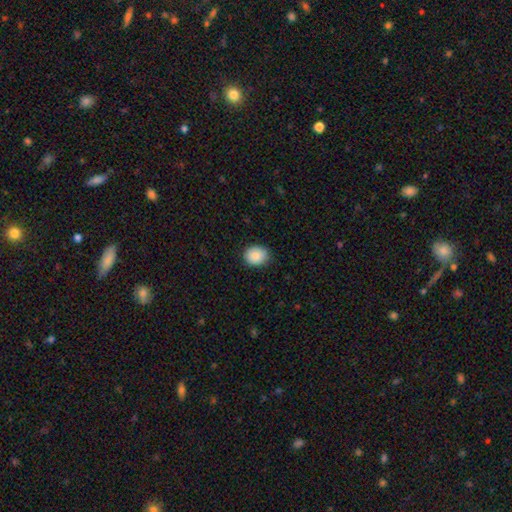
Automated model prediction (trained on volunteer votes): The model was most divided on "how rounded": round: 54%, in between: 45%, cigar-shaped: 1%. More confident: smooth or featured — smooth (89%); merging — none (85%).